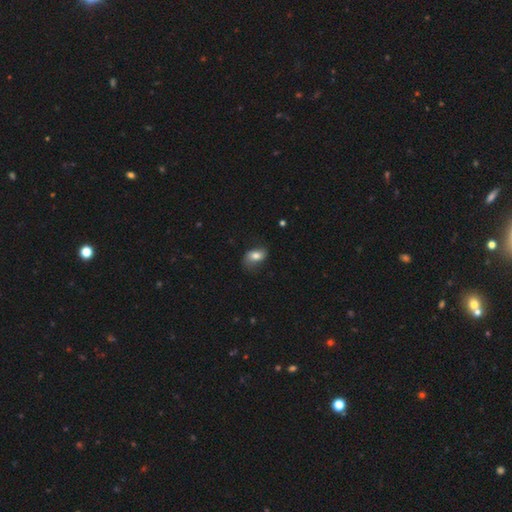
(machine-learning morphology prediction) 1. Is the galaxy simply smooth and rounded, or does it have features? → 69% smooth, 23% featured or disk, 8% star or artifact.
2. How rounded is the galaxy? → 85% in between, 13% round, 2% cigar-shaped.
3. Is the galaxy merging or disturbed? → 61% none, 26% minor disturbance, 12% major disturbance, 1% merger.